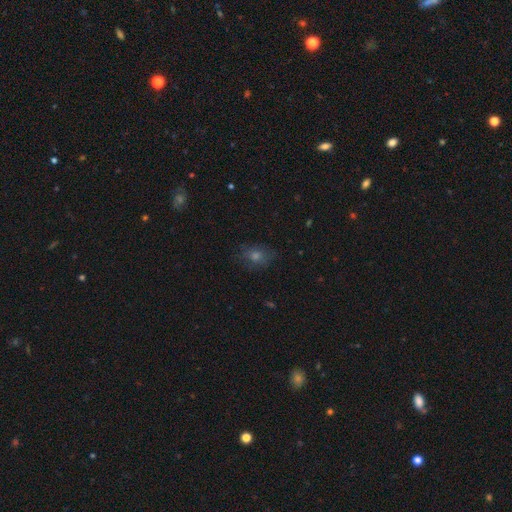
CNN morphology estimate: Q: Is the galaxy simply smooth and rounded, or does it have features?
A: smooth — 56%.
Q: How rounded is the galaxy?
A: in between — 54%.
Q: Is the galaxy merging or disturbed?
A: none — 77%.